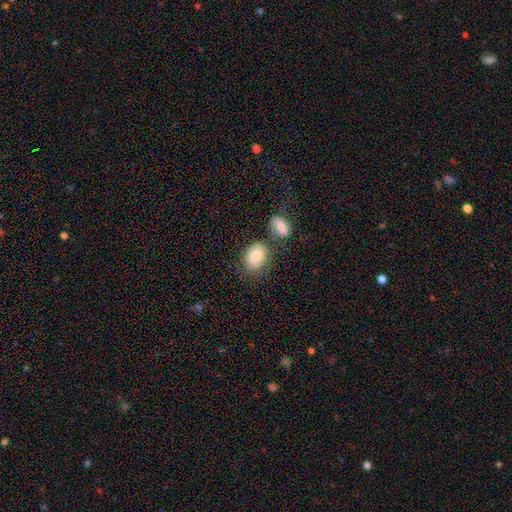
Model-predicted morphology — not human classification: smooth_or_featured: smooth (p=0.66) [alt: featured or disk p=0.26]
how_rounded: in between (p=0.74) [alt: round p=0.24]
merging: none (p=0.51) [alt: merger p=0.20]